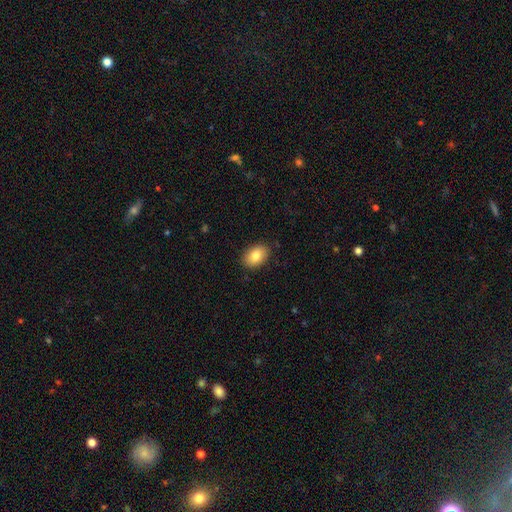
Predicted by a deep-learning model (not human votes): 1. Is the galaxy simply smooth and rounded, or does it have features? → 84% smooth, 9% featured or disk, 7% star or artifact.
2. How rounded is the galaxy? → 86% in between, 13% round, 1% cigar-shaped.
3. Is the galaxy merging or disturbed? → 87% none, 10% minor disturbance, 2% major disturbance, 1% merger.